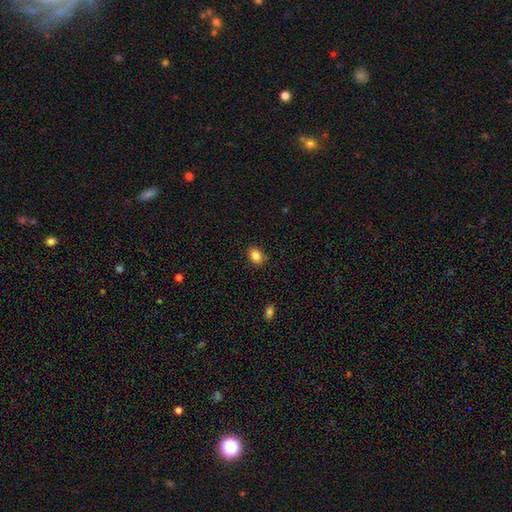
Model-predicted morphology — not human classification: Overall: smooth (86%). How rounded: in between (69%; round 30%). Merging: none (86%).